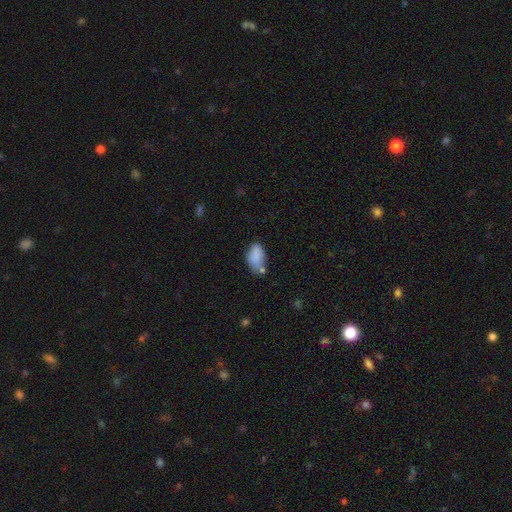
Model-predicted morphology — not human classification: Smooth or featured? Predicted: smooth (p=0.83). How rounded? Predicted: in between (p=0.91). Merging? Predicted: none (p=0.50).